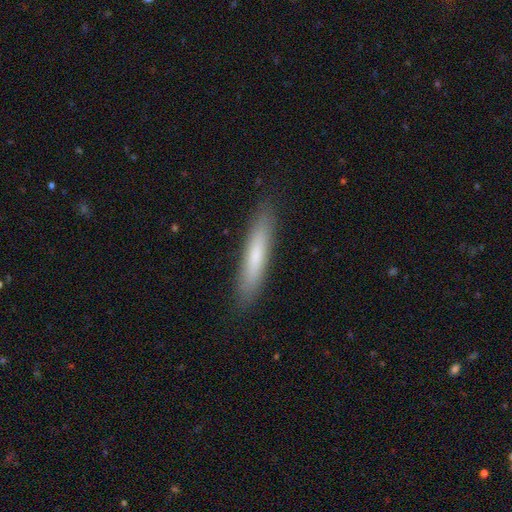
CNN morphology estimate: The model was most divided on "smooth or featured": smooth: 71%, featured or disk: 23%, star or artifact: 6%. More confident: merging — none (88%); how rounded — cigar-shaped (88%).